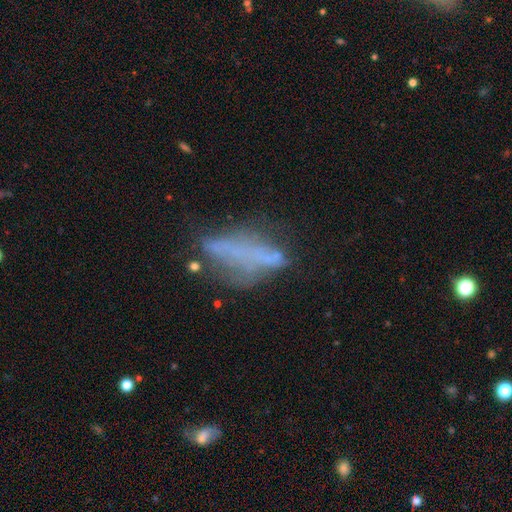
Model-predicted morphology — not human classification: Smooth or featured? featured or disk (50%)
Merging? none (38%)